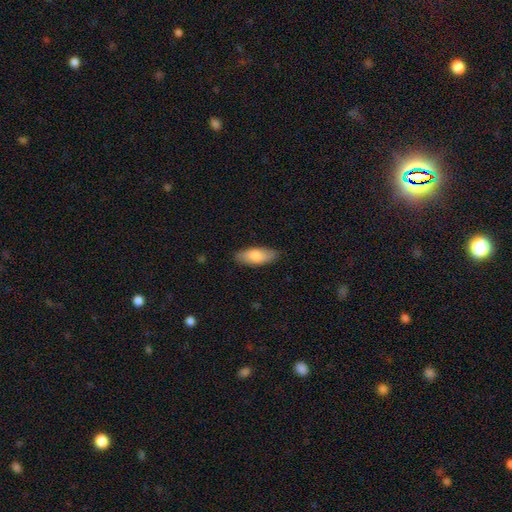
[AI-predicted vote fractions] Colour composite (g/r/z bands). It shows a smooth galaxy with no disk features (79%) that is in between round and cigar-shaped (79%). Merging: none (85%).